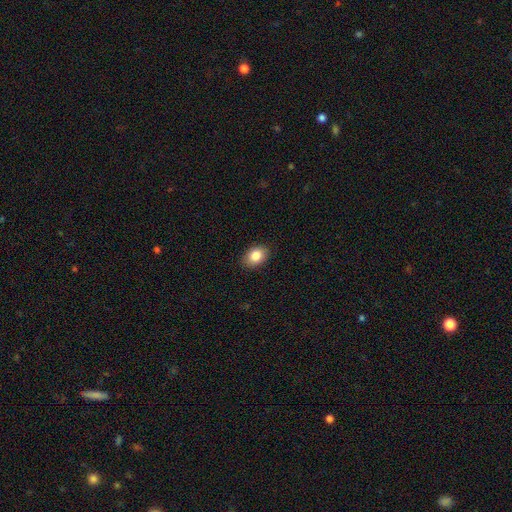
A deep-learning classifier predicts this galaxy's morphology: smooth_or_featured: smooth (p=0.85) [alt: star or artifact p=0.08]
how_rounded: in between (p=0.79) [alt: round p=0.20]
merging: none (p=0.88) [alt: minor disturbance p=0.09]